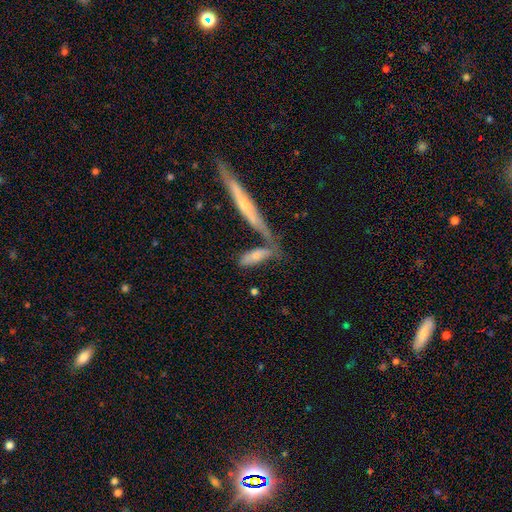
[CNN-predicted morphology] Q: Smooth or featured?
A: smooth (59%); runner-up: featured or disk (34%)
Q: How rounded?
A: cigar-shaped (54%); runner-up: in between (43%)
Q: Merging?
A: none (46%); runner-up: merger (32%)